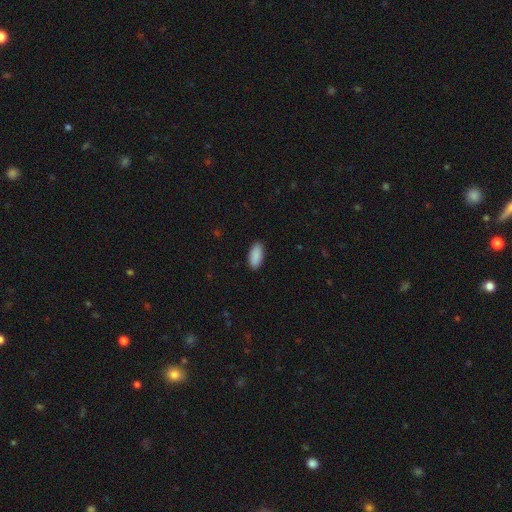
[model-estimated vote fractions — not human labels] This appears to be a smooth galaxy with no disk features (91%) that is in between round and cigar-shaped (91%). Merging: none (89%).